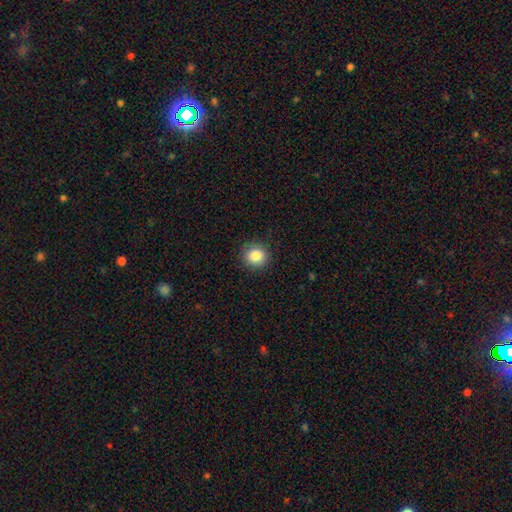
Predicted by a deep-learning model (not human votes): Smooth or featured: smooth — 85% (star or artifact — 9%)
How rounded: round — 91% (in between — 8%)
Merging: none — 90% (minor disturbance — 7%)